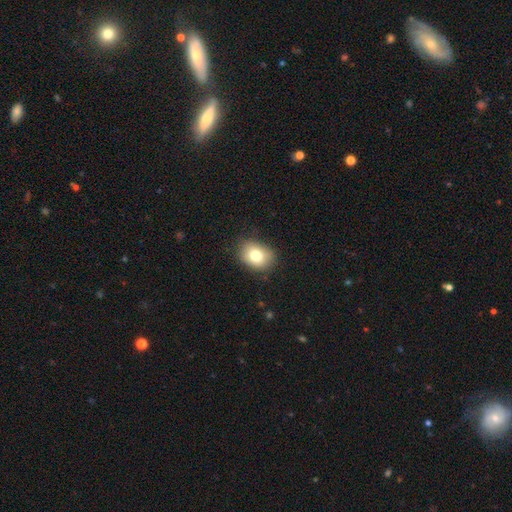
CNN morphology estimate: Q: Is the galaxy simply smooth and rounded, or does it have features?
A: smooth — 78%.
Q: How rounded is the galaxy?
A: in between — 62%.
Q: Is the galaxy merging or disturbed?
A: none — 83%.